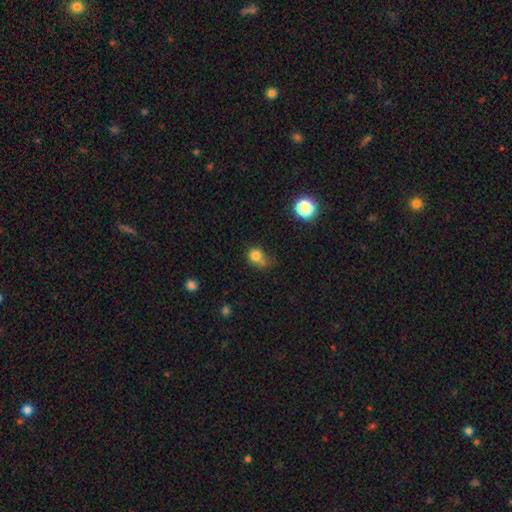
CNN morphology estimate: Smooth or featured: smooth — 79% (star or artifact — 13%)
How rounded: round — 77% (in between — 22%)
Merging: none — 45% (minor disturbance — 23%)